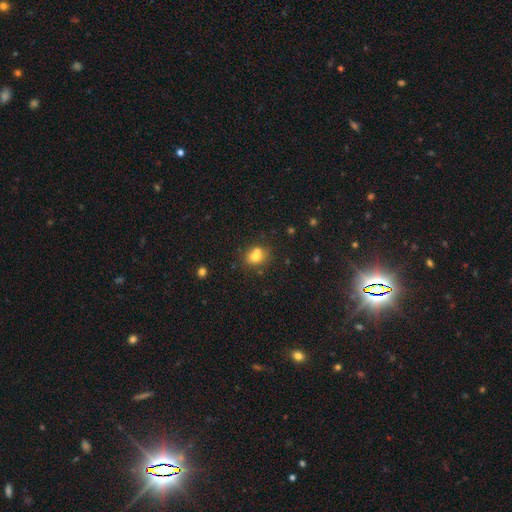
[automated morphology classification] This appears to be a smooth galaxy with no disk features (72%) that is round (65%). Merging: none (48%).